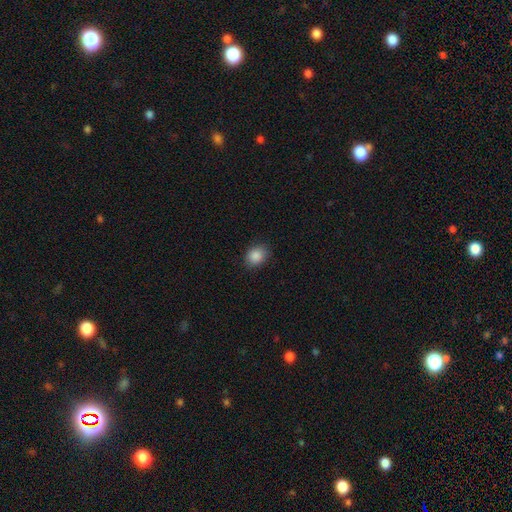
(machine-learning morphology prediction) This is clearly a smooth galaxy (87%). How rounded: possibly round (51%). Merging: clearly none (83%).